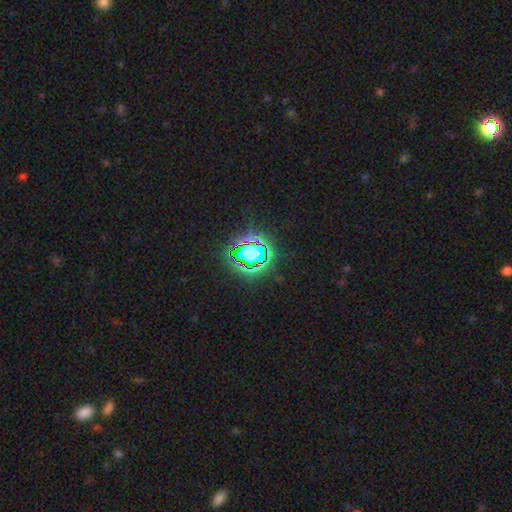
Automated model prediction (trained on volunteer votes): Q: Smooth or featured?
A: star or artifact (67%); runner-up: smooth (20%)